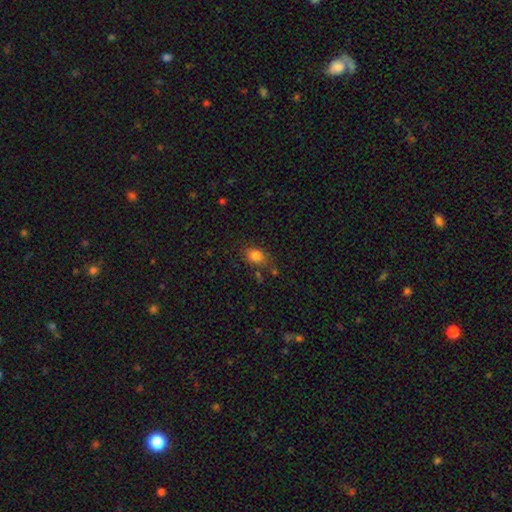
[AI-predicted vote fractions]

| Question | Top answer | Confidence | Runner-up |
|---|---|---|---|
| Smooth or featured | smooth | 81% | star or artifact (12%) |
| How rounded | in between | 61% | round (38%) |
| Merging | none | 73% | minor disturbance (17%) |